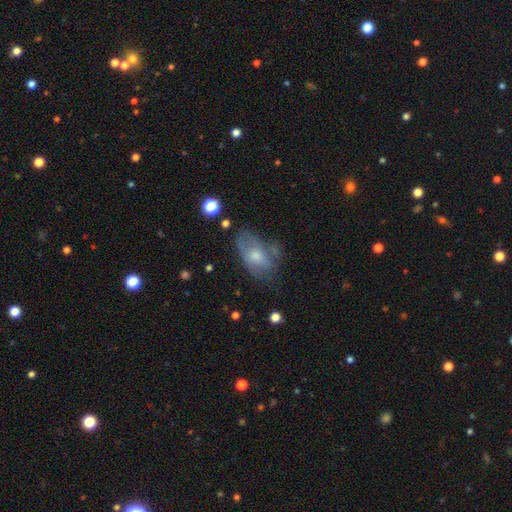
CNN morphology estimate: Smooth or featured? smooth (48%)
Merging? none (43%)